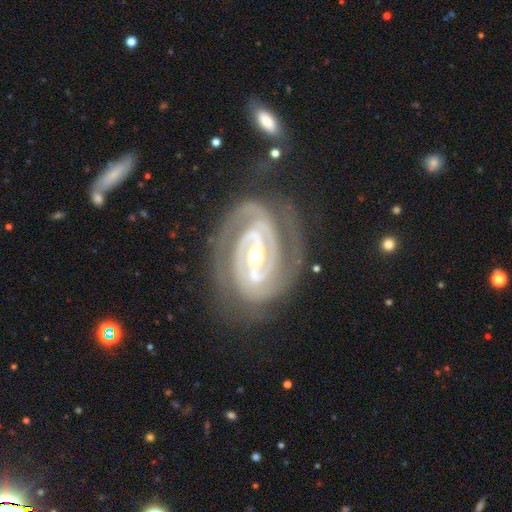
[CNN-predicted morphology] Q: Smooth or featured?
A: featured or disk (92%); runner-up: star or artifact (4%)
Q: Edge-on disk?
A: no (97%); runner-up: yes (3%)
Q: Bar?
A: strong (57%); runner-up: weak (29%)
Q: Spiral arms?
A: yes (98%); runner-up: no (2%)
Q: Spiral winding?
A: tight (72%); runner-up: medium (24%)
Q: Spiral arm count?
A: 2 (74%); runner-up: 3 (12%)
Q: Bulge size?
A: moderate (51%); runner-up: small (45%)
Q: Merging?
A: none (72%); runner-up: minor disturbance (17%)